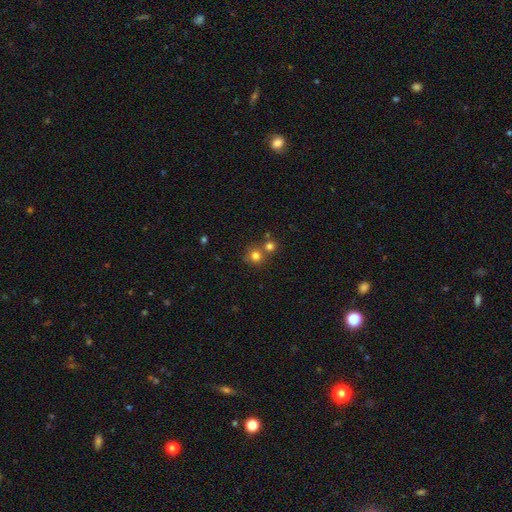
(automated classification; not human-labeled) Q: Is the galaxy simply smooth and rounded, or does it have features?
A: smooth — 77%.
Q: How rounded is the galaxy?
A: round — 90%.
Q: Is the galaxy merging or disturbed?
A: none — 61%.